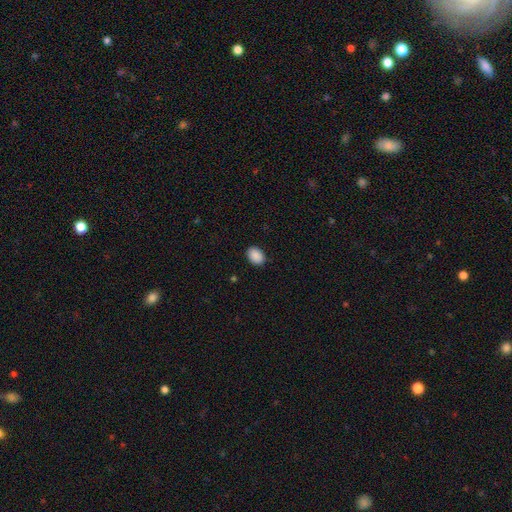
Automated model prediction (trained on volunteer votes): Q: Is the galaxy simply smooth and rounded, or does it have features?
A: smooth — 90%.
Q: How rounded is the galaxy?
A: in between — 78%.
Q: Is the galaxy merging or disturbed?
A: none — 89%.